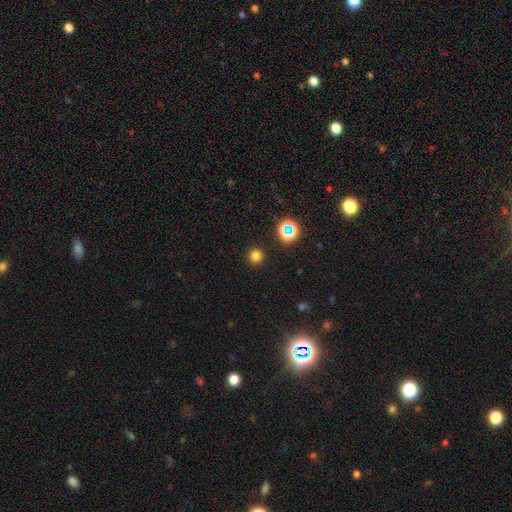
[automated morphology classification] Smooth or featured? smooth (76%)
How rounded? round (95%)
Merging? none (92%)